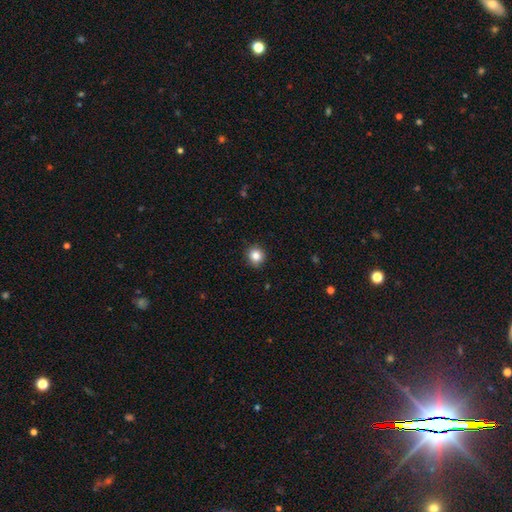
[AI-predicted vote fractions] Smooth or featured?
  - smooth: 85% *
  - star or artifact: 10%
  - featured or disk: 5%
How rounded?
  - round: 90% *
  - in between: 9%
  - cigar-shaped: 1%
Merging?
  - none: 91% *
  - minor disturbance: 7%
  - major disturbance: 2%
  - merger: 1%